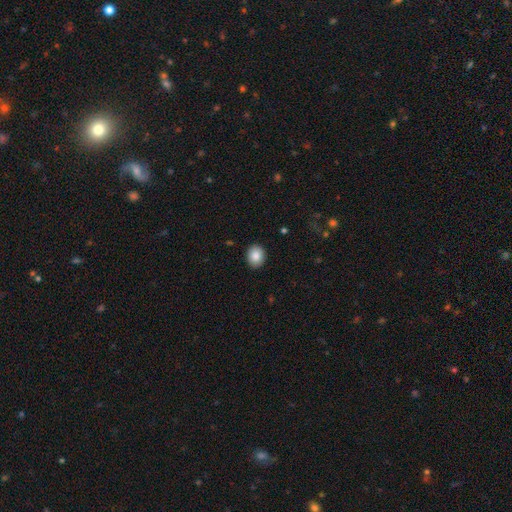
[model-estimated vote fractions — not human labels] A smooth galaxy with no disk features (87%) that is round (50%, tied with in between). Merging: none (90%).